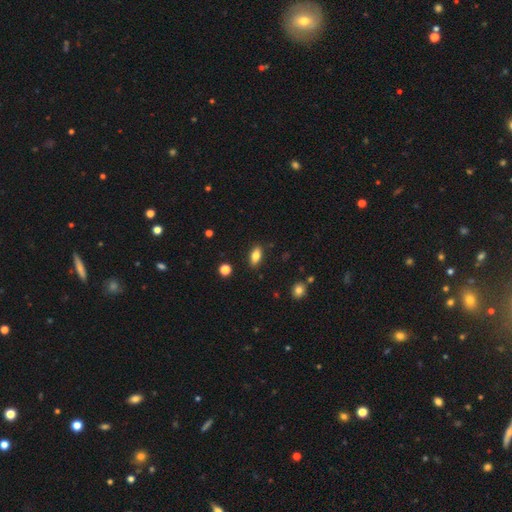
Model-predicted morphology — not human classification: Overall: smooth (81%). How rounded: in between (86%). Merging: none (87%).